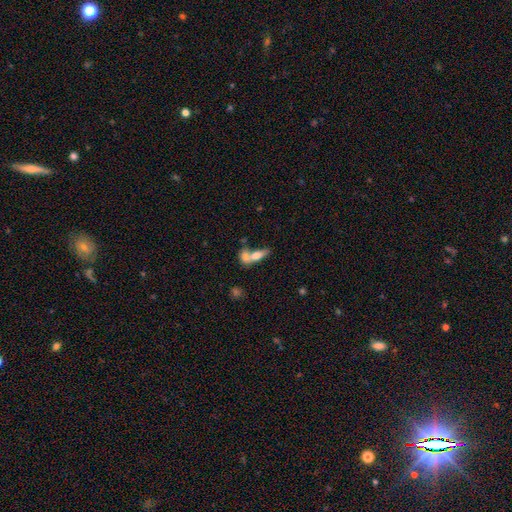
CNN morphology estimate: A smooth galaxy with no disk features (64%) that is in between round and cigar-shaped (61%).

Vote fractions:
- Smooth or featured? smooth: 64% / featured or disk: 27% / star or artifact: 8%
- How rounded? in between: 61% / cigar-shaped: 32% / round: 6%
- Merging? merger: 59% / none: 27% / minor disturbance: 8% / major disturbance: 5%